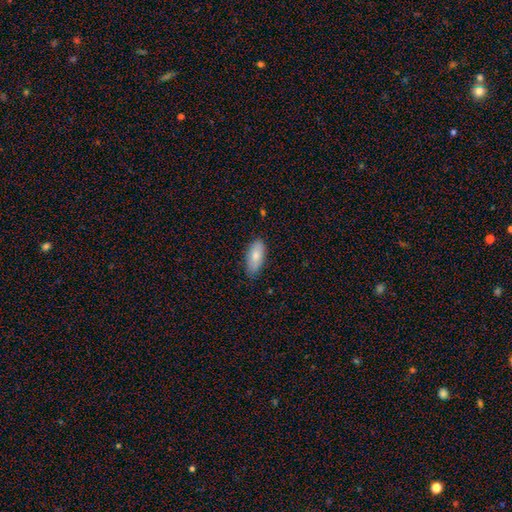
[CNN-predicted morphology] A smooth galaxy with no disk features (78%) that is in between round and cigar-shaped (88%).

Vote fractions:
- Smooth or featured? smooth: 78% / featured or disk: 16% / star or artifact: 6%
- How rounded? in between: 88% / cigar-shaped: 9% / round: 2%
- Merging? none: 81% / minor disturbance: 16% / major disturbance: 2% / merger: 1%